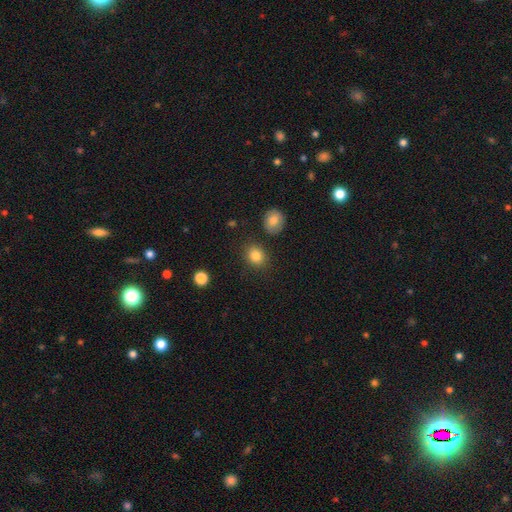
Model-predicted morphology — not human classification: This appears to be a smooth galaxy with no disk features (84%) that is round (62%). Merging: none (84%).